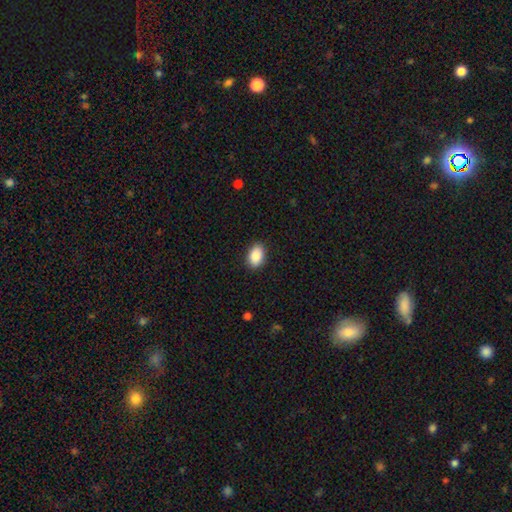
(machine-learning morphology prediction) type=smooth (88%); roundness=in between (86%); merging=none (89%).